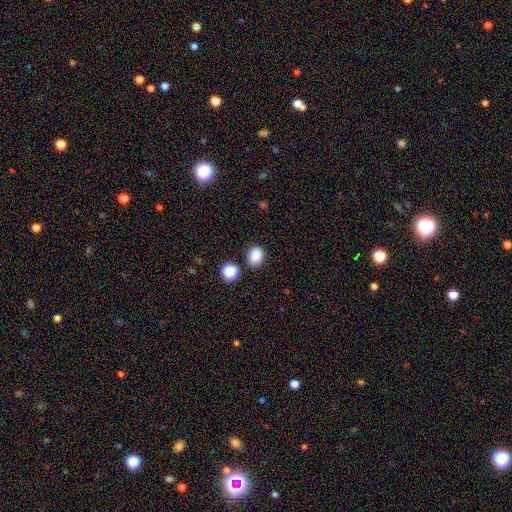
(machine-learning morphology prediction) type=smooth (84%); roundness=in between (58%); merging=none (82%).